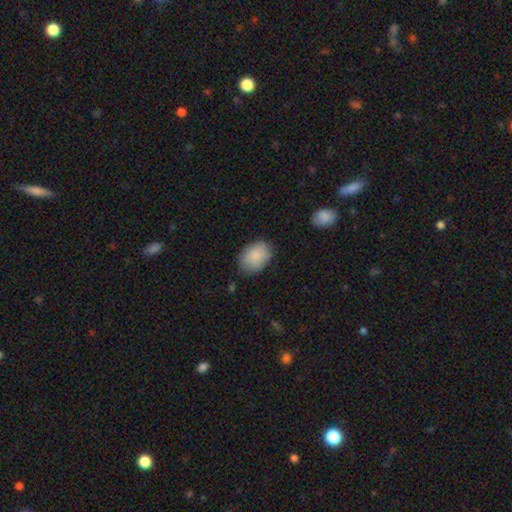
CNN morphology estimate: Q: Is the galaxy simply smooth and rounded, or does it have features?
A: smooth — 87%.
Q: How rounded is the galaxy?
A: in between — 77%.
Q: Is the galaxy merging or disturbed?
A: none — 77%.